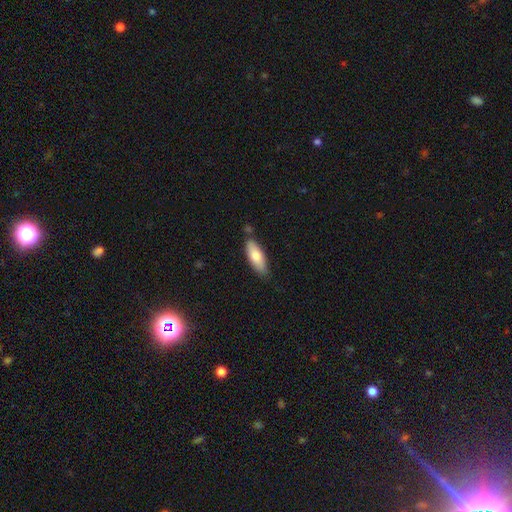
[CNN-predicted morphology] This is likely a smooth galaxy (75%). How rounded: likely in between (66%). Merging: likely none (77%).